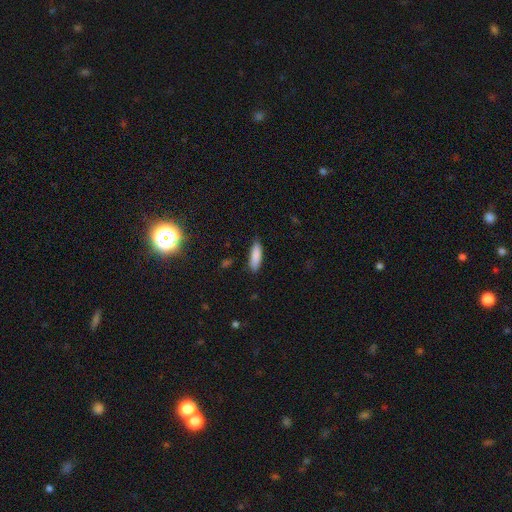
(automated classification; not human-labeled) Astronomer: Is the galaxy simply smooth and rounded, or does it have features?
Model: smooth — 86%.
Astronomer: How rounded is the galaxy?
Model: cigar-shaped — 50% (runner-up: in between, 49%).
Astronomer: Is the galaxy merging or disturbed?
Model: none — 81%.